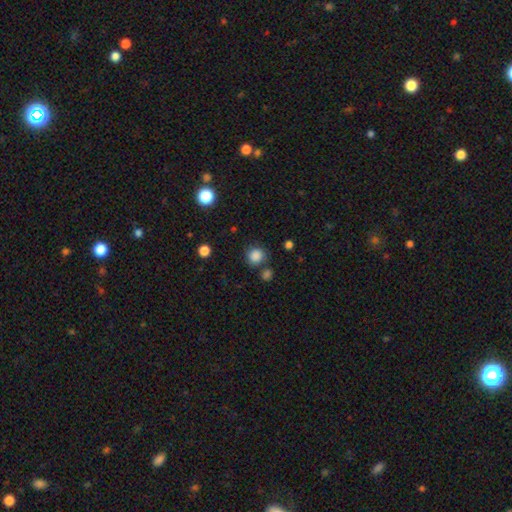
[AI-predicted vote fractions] A smooth galaxy with no disk features (85%) that is round (91%). Merging: none (77%).